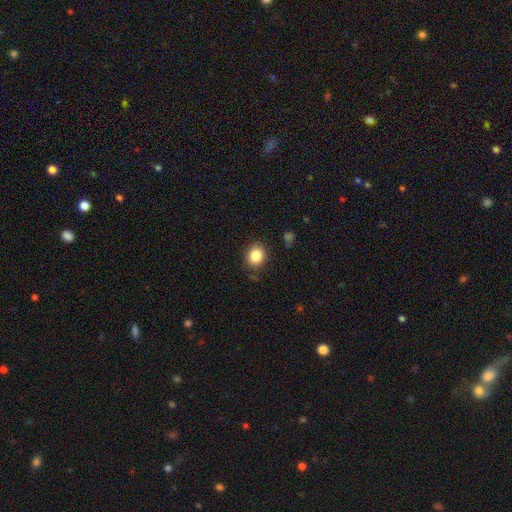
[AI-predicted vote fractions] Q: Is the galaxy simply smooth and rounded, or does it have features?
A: smooth — 85%.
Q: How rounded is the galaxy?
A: round — 60%.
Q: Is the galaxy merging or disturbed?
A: none — 85%.